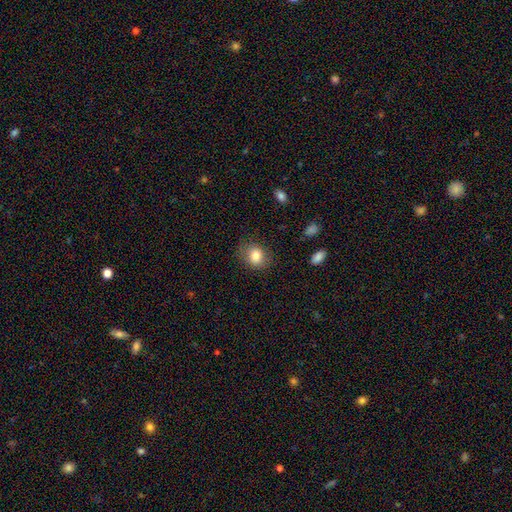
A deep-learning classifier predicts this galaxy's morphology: A smooth galaxy with no disk features (82%) that is round (56%). Merging: none (78%).